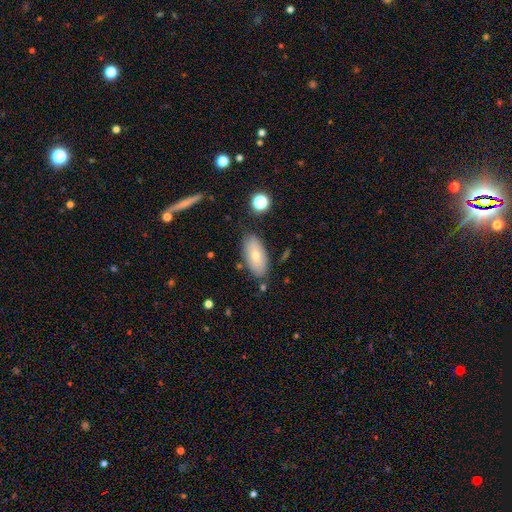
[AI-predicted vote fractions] Smooth or featured? Predicted: smooth (p=0.71). How rounded? Predicted: in between (p=0.90). Merging? Predicted: none (p=0.78).